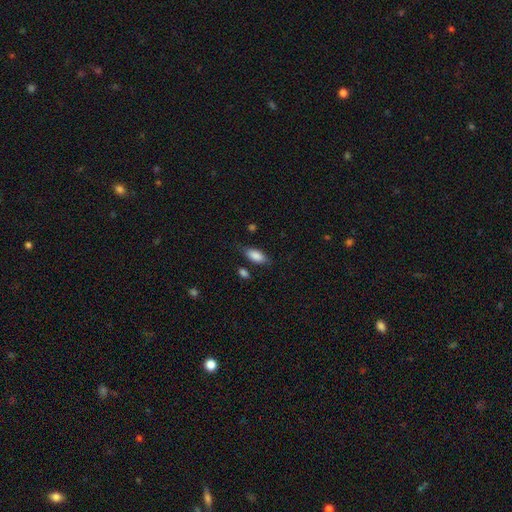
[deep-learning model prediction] Smooth or featured: smooth — 86% (featured or disk — 7%)
How rounded: in between — 87% (cigar-shaped — 10%)
Merging: none — 75% (minor disturbance — 18%)